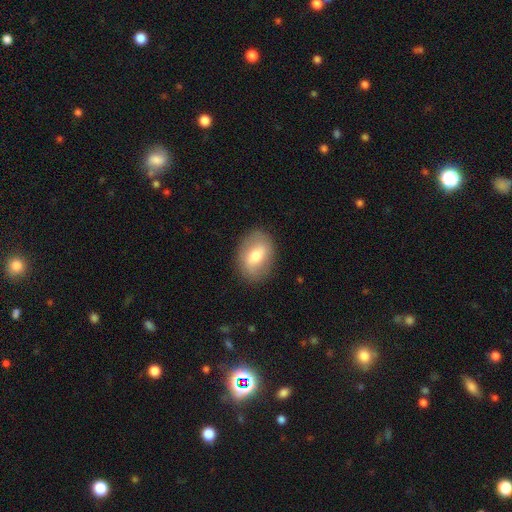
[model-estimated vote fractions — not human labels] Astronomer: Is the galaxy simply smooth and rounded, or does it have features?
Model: smooth — 57% (runner-up: featured or disk, 36%).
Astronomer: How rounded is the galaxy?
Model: in between — 69%.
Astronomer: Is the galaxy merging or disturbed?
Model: none — 85%.